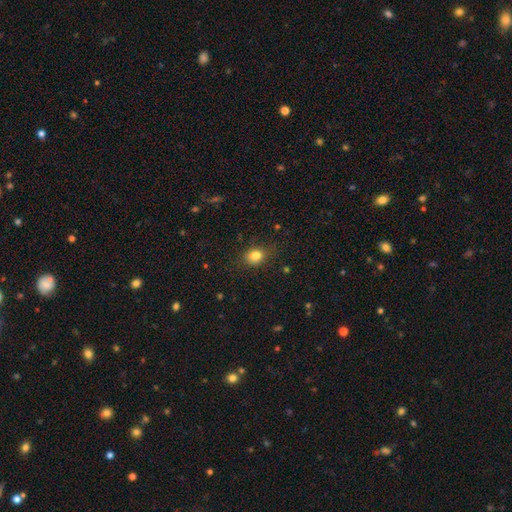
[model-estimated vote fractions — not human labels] Q: Smooth or featured?
A: smooth (82%); runner-up: star or artifact (12%)
Q: How rounded?
A: round (52%); runner-up: in between (47%)
Q: Merging?
A: none (81%); runner-up: minor disturbance (14%)